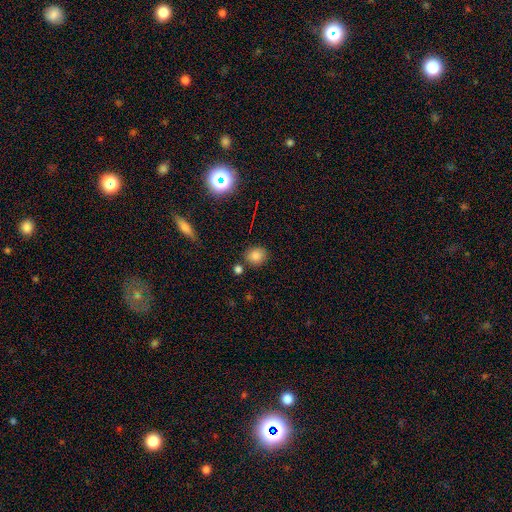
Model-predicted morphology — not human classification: smooth 81%, star or artifact 13%, featured or disk 6%. Down the decision tree: how rounded — round (74%); merging — none (80%).